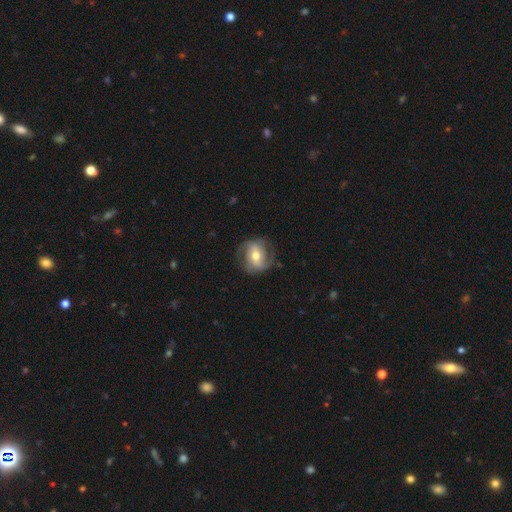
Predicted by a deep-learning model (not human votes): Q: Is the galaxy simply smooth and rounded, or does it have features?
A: featured or disk — 65%.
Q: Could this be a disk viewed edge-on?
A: no — 96%.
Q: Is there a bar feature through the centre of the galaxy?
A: no — 42%.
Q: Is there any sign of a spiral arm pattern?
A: yes — 85%.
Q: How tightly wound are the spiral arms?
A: medium — 43%.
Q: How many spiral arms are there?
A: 2 — 59%.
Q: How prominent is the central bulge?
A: moderate — 72%.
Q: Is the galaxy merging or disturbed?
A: none — 70%.